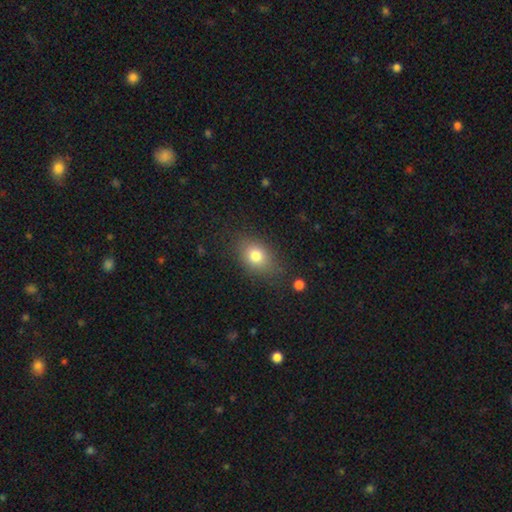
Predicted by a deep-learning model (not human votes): A smooth galaxy with no disk features (78%) that is in between round and cigar-shaped (67%).

Vote fractions:
- Smooth or featured? smooth: 78% / star or artifact: 11% / featured or disk: 11%
- How rounded? in between: 67% / round: 31% / cigar-shaped: 2%
- Merging? none: 79% / minor disturbance: 15% / major disturbance: 5% / merger: 2%